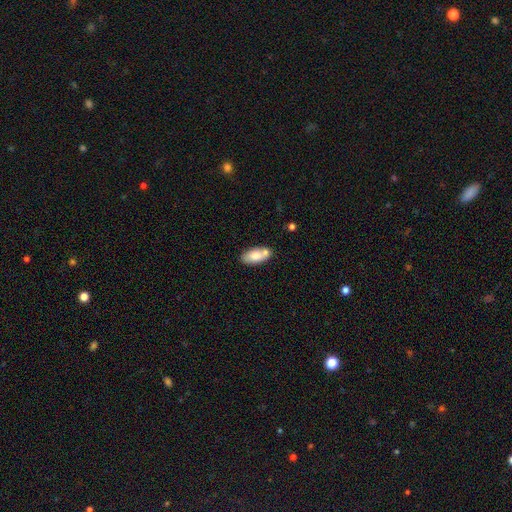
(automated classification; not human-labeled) This appears to be a smooth galaxy with no disk features (75%) that is in between round and cigar-shaped (90%). Merging: none (58%).